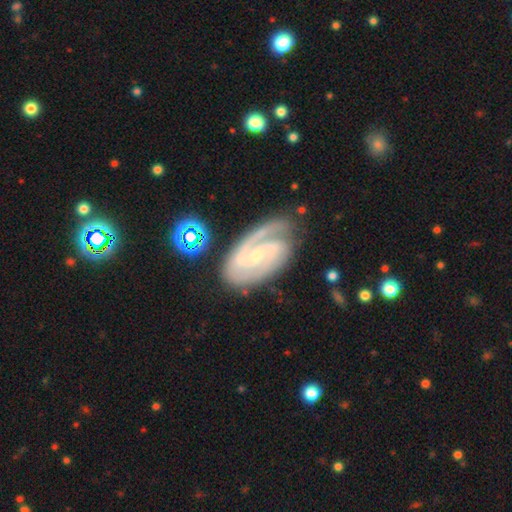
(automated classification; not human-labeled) This appears to be a featured or disk galaxy (91%) with a weak bar (45%), 2 (82%) tight (48%) spiral arms (98%) and a small central bulge (74%). Merging: none (75%).